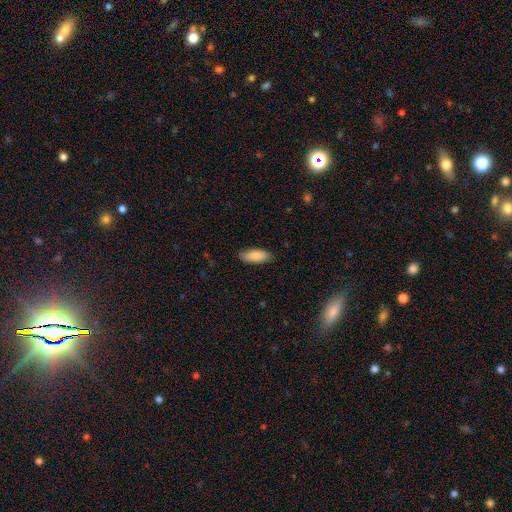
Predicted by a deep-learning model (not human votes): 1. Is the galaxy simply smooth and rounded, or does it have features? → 86% smooth, 8% featured or disk, 6% star or artifact.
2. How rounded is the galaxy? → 81% in between, 17% cigar-shaped, 2% round.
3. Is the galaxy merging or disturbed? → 85% none, 12% minor disturbance, 2% major disturbance, 1% merger.